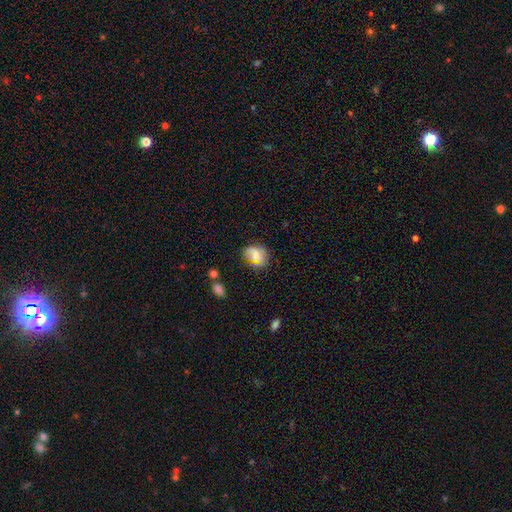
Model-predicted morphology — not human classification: A smooth galaxy with no disk features (69%) that is in between round and cigar-shaped (51%).

Vote fractions:
- Smooth or featured? smooth: 69% / star or artifact: 18% / featured or disk: 12%
- How rounded? in between: 51% / round: 47% / cigar-shaped: 2%
- Merging? none: 70% / minor disturbance: 19% / major disturbance: 7% / merger: 4%